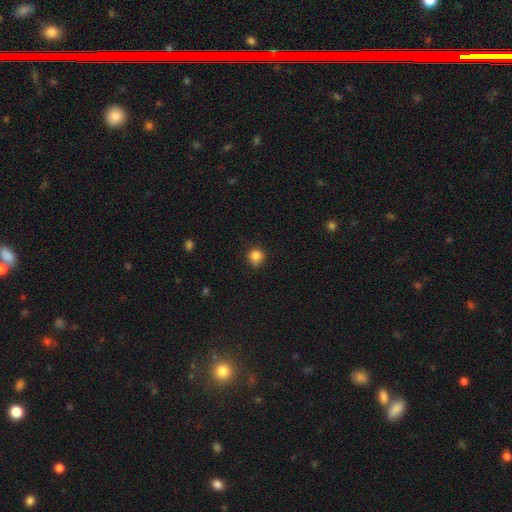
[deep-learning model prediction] This appears to be a smooth galaxy with no disk features (83%) that is round (86%). Merging: none (68%).